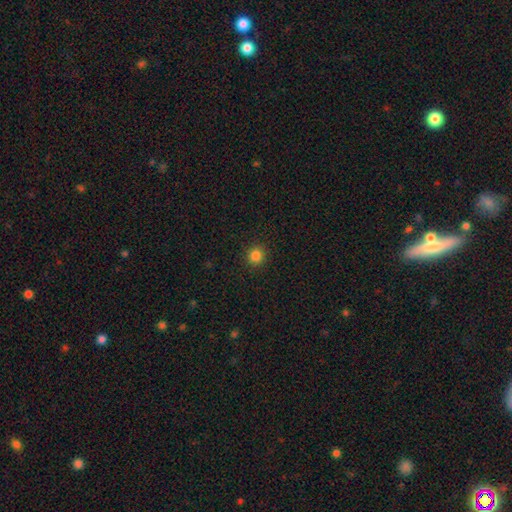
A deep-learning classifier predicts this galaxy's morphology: Smooth or featured? smooth (84%)
How rounded? round (92%)
Merging? none (92%)